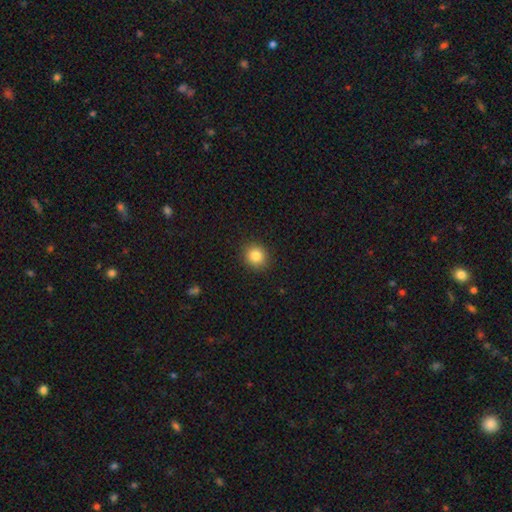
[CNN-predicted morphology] smooth 84%, star or artifact 11%, featured or disk 5%. Down the decision tree: how rounded — round (86%); merging — none (91%).